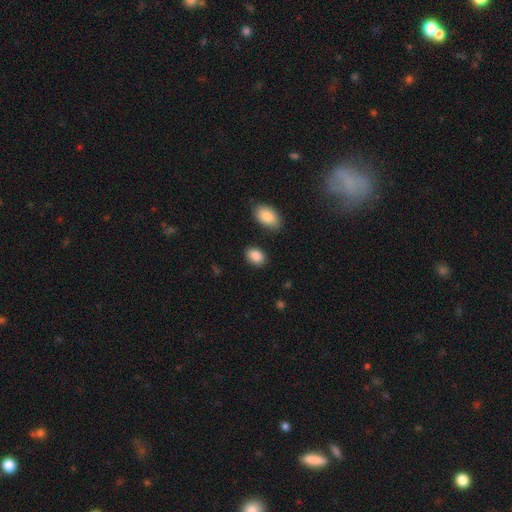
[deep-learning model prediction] This is clearly a smooth galaxy (89%). How rounded: clearly in between (83%). Merging: clearly none (84%).